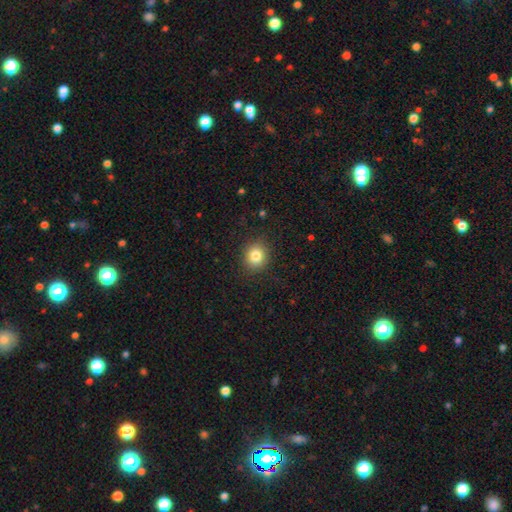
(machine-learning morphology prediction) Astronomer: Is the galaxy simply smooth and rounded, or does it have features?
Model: smooth — 82%.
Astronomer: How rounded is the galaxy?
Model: round — 80%.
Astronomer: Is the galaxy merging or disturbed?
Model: none — 89%.